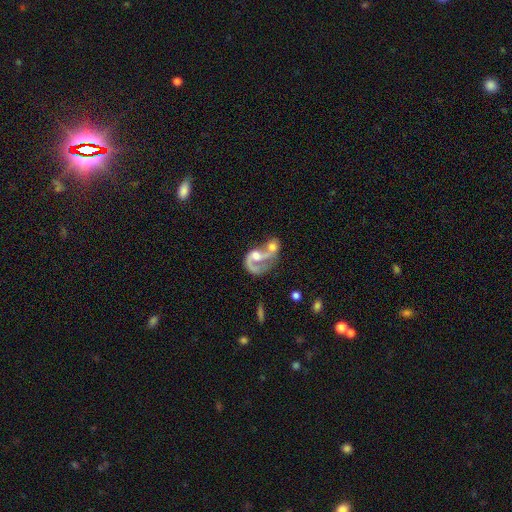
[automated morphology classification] type=featured or disk (72%); edge-on=no (97%); bar=no (62%); spiral arms=yes (81%); winding=loose (54%); arm count=1 (56%); bulge=moderate (53%); merging=merger (67%).